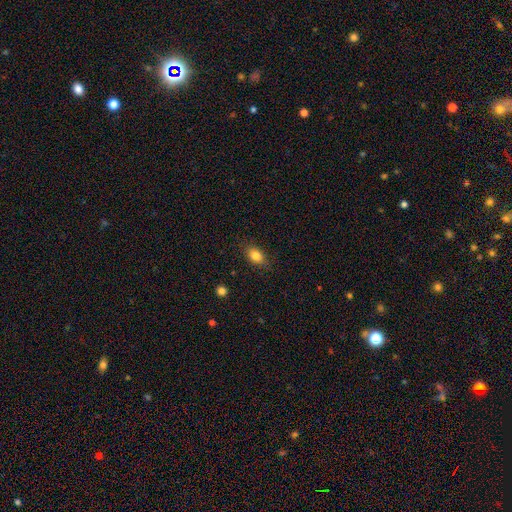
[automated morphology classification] Smooth or featured? smooth (84%)
How rounded? in between (82%)
Merging? none (84%)